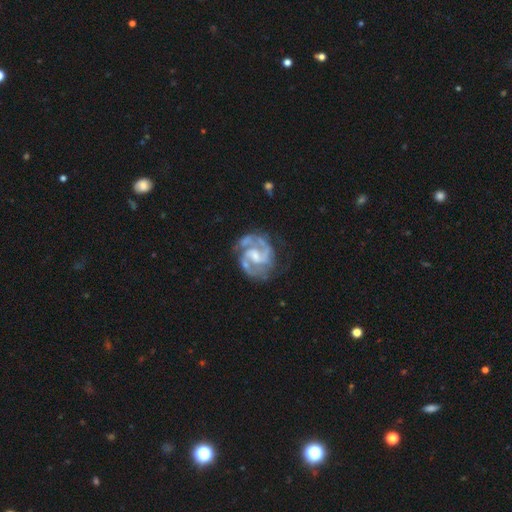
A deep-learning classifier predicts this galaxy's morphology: A featured or disk galaxy (90%) with a weak bar (53%), 2 (75%) medium (54%) spiral arms (97%) and a moderate central bulge (43%). Merging: none (65%).